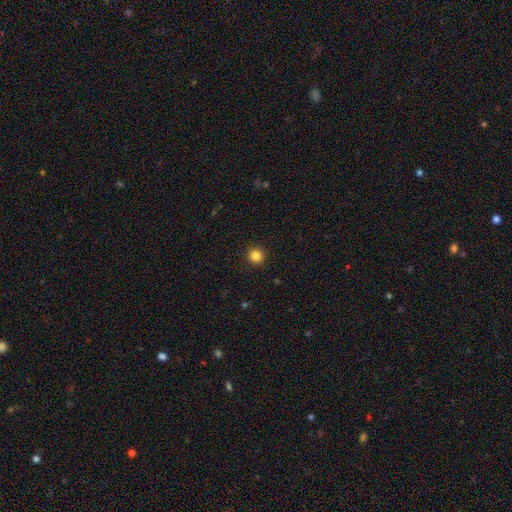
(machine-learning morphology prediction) This appears to be a smooth galaxy with no disk features (85%) that is round (93%). Merging: none (92%).